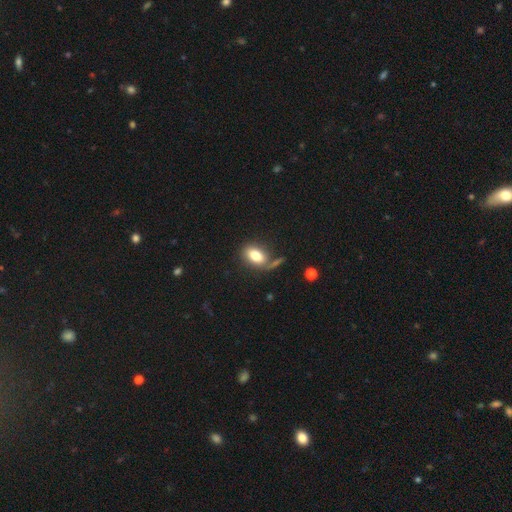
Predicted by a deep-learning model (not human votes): Overall: smooth (79%). How rounded: in between (85%). Merging: none (59%).